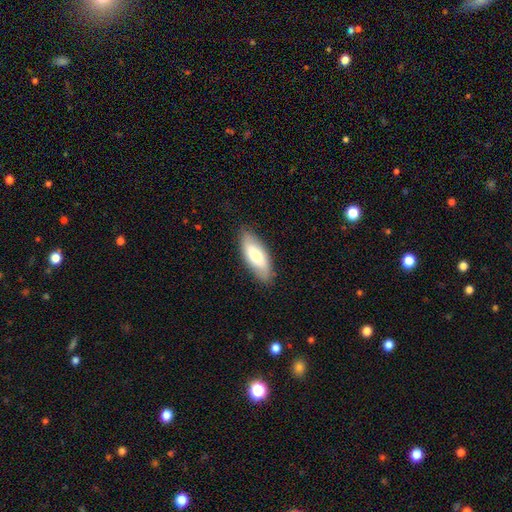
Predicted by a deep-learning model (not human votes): A smooth galaxy with no disk features (72%) that is in between round and cigar-shaped (78%).

Vote fractions:
- Smooth or featured? smooth: 72% / featured or disk: 22% / star or artifact: 6%
- How rounded? in between: 78% / cigar-shaped: 20% / round: 2%
- Merging? none: 83% / minor disturbance: 13% / major disturbance: 3% / merger: 1%